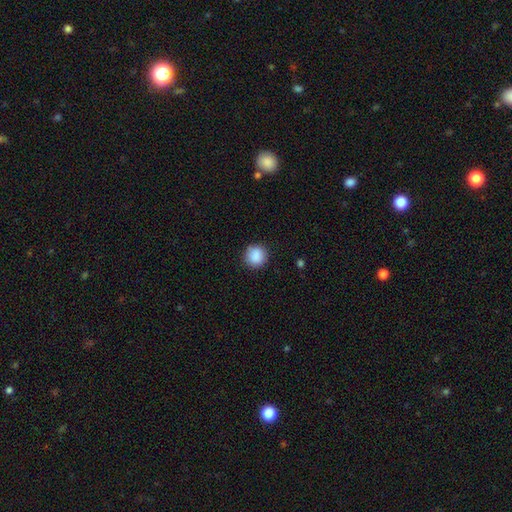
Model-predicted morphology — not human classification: Q: Smooth or featured?
A: smooth (89%); runner-up: star or artifact (8%)
Q: How rounded?
A: round (90%); runner-up: in between (9%)
Q: Merging?
A: none (87%); runner-up: minor disturbance (9%)